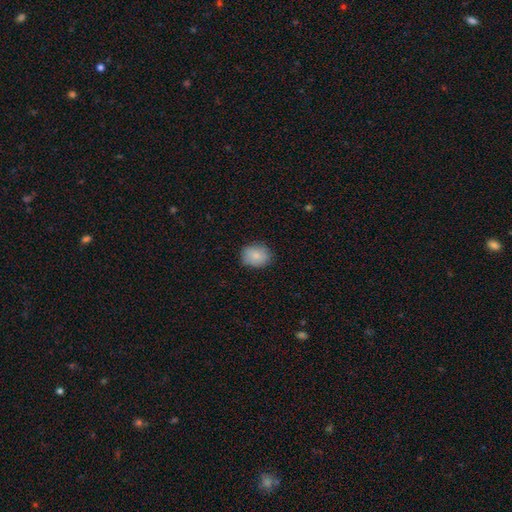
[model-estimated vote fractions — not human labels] Q: Smooth or featured?
A: smooth (85%); runner-up: featured or disk (8%)
Q: How rounded?
A: in between (50%); runner-up: round (49%)
Q: Merging?
A: none (80%); runner-up: minor disturbance (16%)